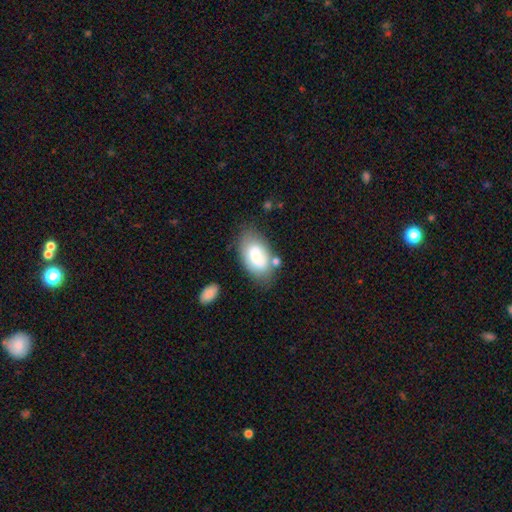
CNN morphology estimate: The model was most divided on "merging": none: 60%, minor disturbance: 23%, merger: 9%, major disturbance: 8%. More confident: how rounded — in between (94%); smooth or featured — smooth (69%).